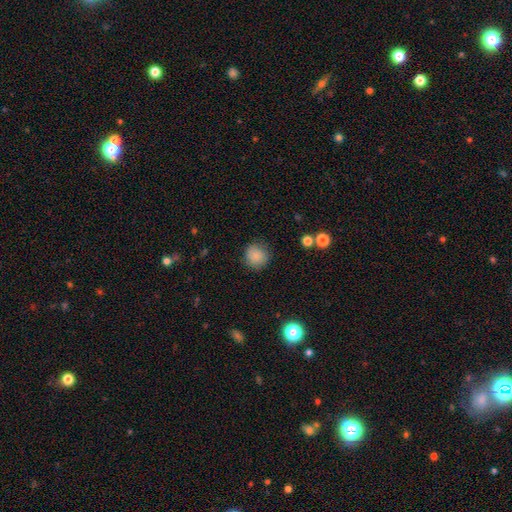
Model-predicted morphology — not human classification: Smooth or featured? smooth (85%)
How rounded? round (90%)
Merging? none (83%)